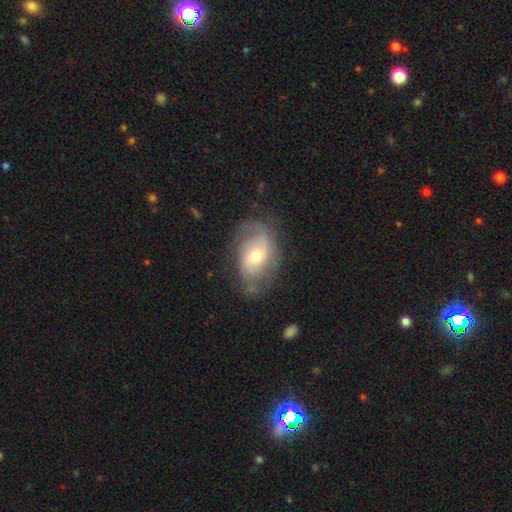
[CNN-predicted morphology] A featured or disk galaxy (71%) with no bar (61%), 2 (58%) medium (42%) spiral arms (86%) and a moderate central bulge (56%). Merging: none (63%).